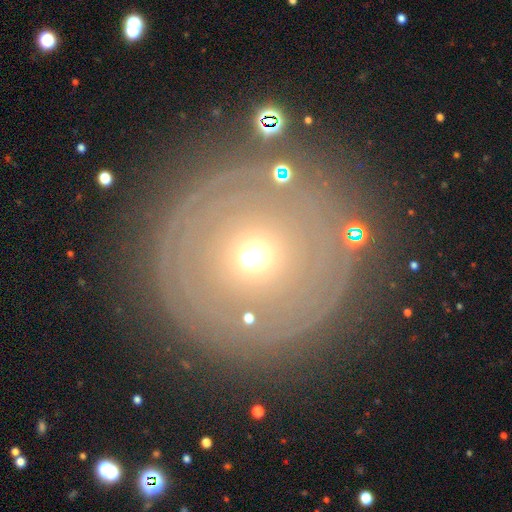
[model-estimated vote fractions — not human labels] featured or disk 46%, smooth 39%, star or artifact 15%. Down the decision tree: merging — none (81%).